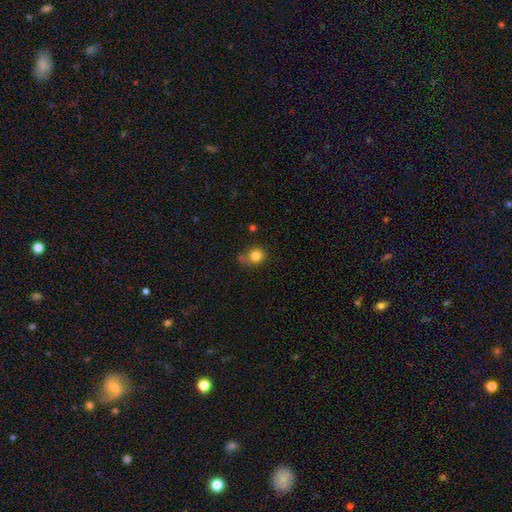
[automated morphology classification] type=smooth (82%); roundness=round (77%); merging=none (56%).